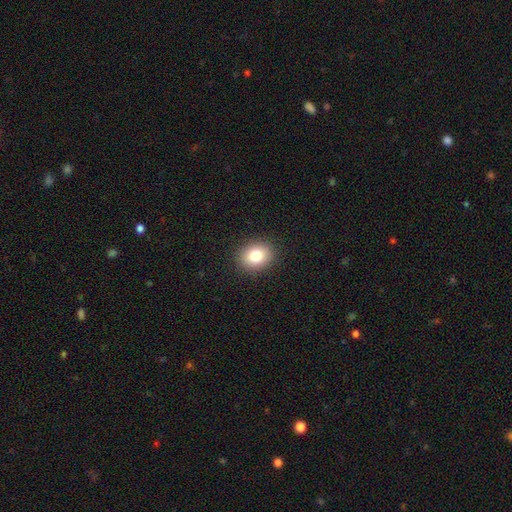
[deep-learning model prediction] smooth_or_featured: smooth (p=0.82) [alt: star or artifact p=0.10]
how_rounded: round (p=0.54) [alt: in between p=0.45]
merging: none (p=0.90) [alt: minor disturbance p=0.07]